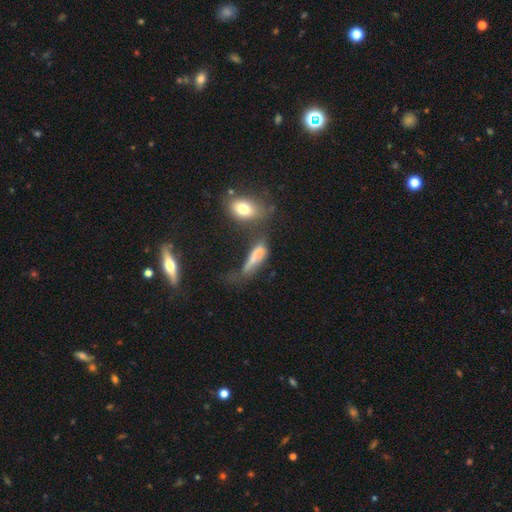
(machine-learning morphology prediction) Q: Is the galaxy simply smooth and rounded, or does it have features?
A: smooth — 58%.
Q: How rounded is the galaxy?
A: cigar-shaped — 50%.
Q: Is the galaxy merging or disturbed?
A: major disturbance — 30%.